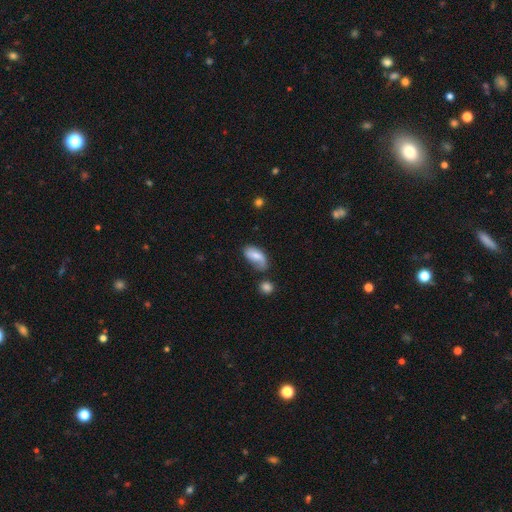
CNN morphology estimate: Q: Smooth or featured?
A: smooth (63%); runner-up: featured or disk (29%)
Q: How rounded?
A: in between (91%); runner-up: cigar-shaped (5%)
Q: Merging?
A: none (46%); runner-up: minor disturbance (31%)